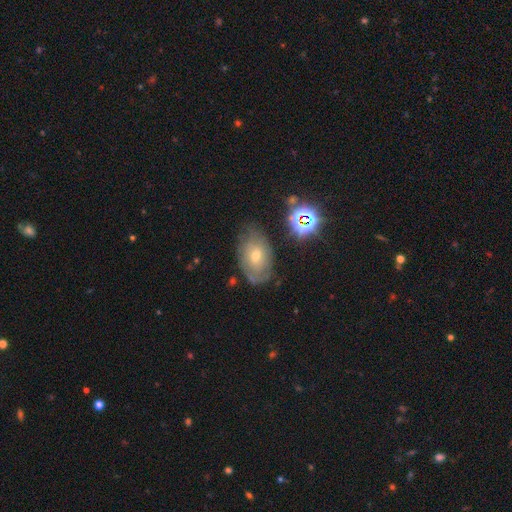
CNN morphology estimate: Smooth or featured? Predicted: featured or disk (p=0.50). Edge-on disk? Predicted: no (p=0.92). Merging? Predicted: none (p=0.66).